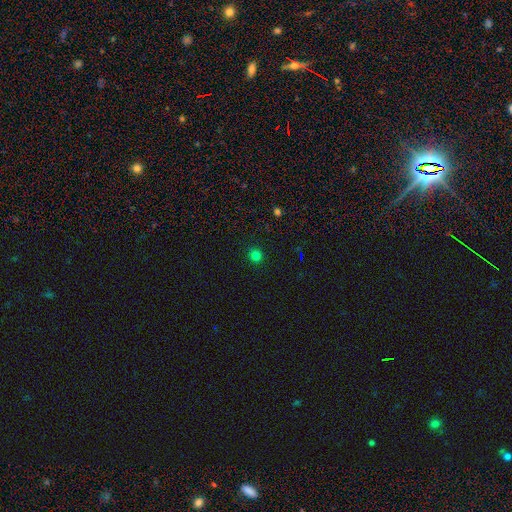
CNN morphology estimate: A smooth galaxy with no disk features (78%) that is round (90%). Merging: none (91%).